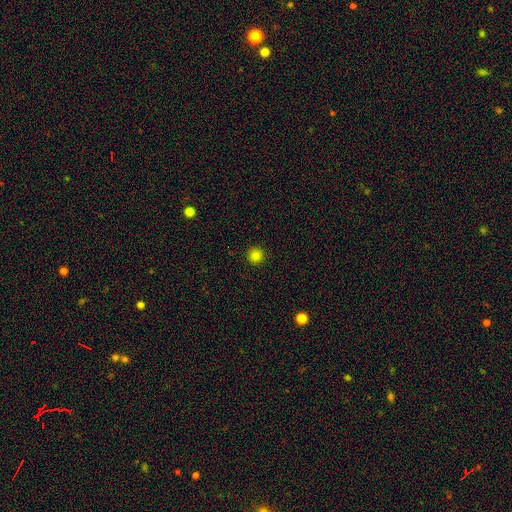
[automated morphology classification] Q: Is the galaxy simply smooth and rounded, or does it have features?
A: smooth — 83%.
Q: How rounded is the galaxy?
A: round — 96%.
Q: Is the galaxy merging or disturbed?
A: none — 93%.